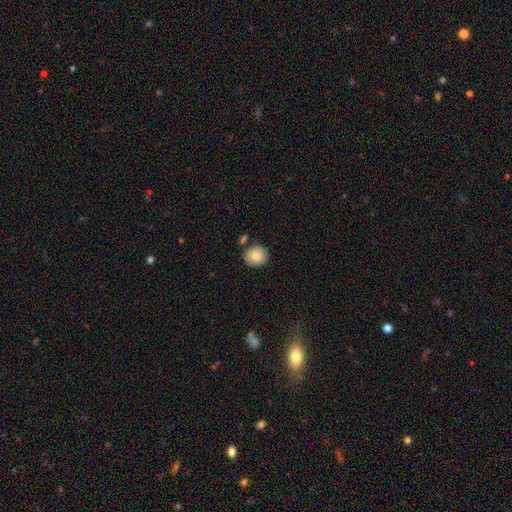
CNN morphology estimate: The model was most divided on "how rounded": round: 76%, in between: 23%, cigar-shaped: 1%. More confident: smooth or featured — smooth (82%); merging — none (81%).